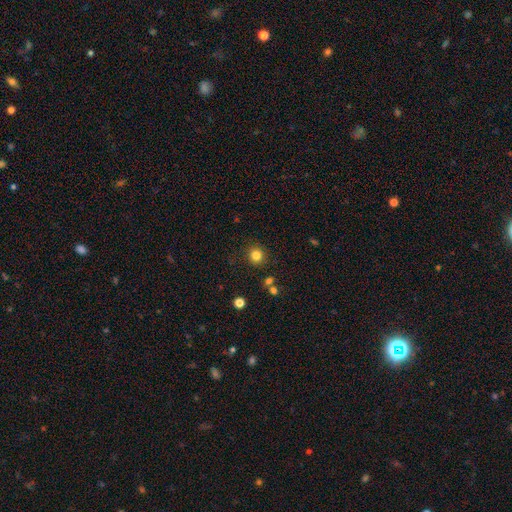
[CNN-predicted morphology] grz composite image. It shows a smooth galaxy with no disk features (82%) that is round (91%). Merging: none (87%).